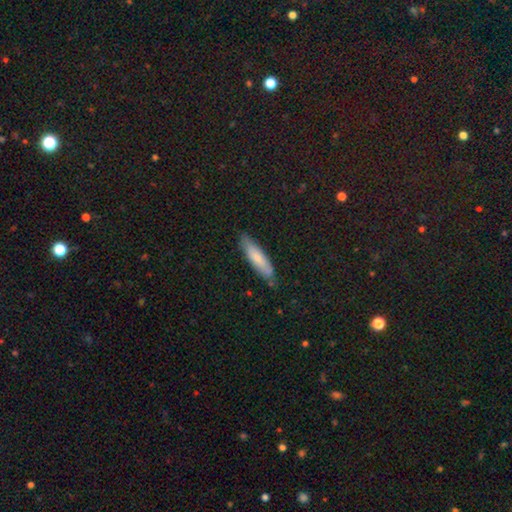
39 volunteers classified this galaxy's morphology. Volunteers were most divided on "smooth or featured": smooth: 69%, featured or disk: 21%, star or artifact: 10%. More confident: how rounded — cigar-shaped (93%); merging — none (83%).